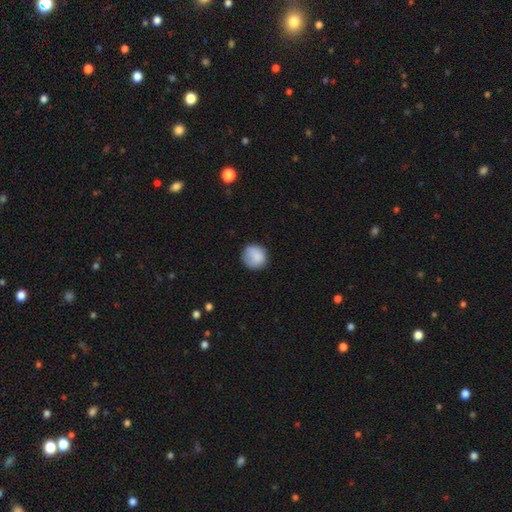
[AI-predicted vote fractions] A smooth galaxy with no disk features (87%) that is round (91%). Merging: none (81%).